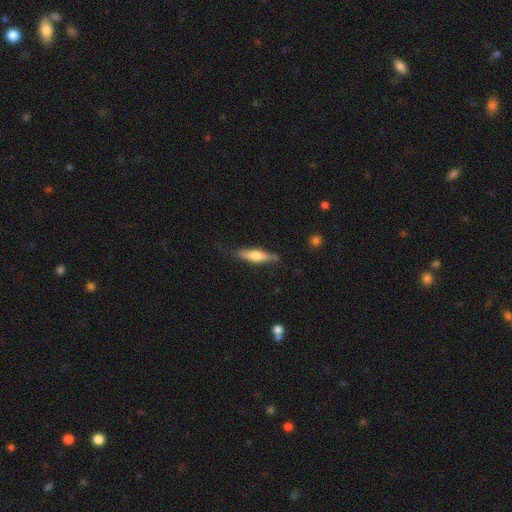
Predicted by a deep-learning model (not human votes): This appears to be a smooth galaxy with no disk features (57%) that is cigar-shaped (64%). Merging: none (71%).